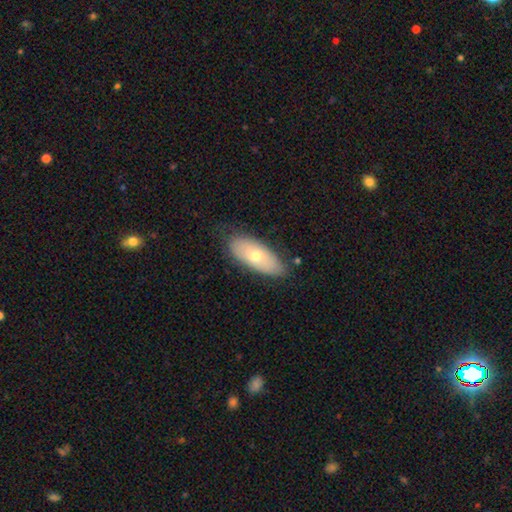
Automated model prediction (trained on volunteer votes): Smooth or featured?
  - smooth: 63% *
  - featured or disk: 31%
  - star or artifact: 7%
How rounded?
  - in between: 85% *
  - cigar-shaped: 12%
  - round: 3%
Merging?
  - none: 77% *
  - minor disturbance: 18%
  - major disturbance: 4%
  - merger: 2%